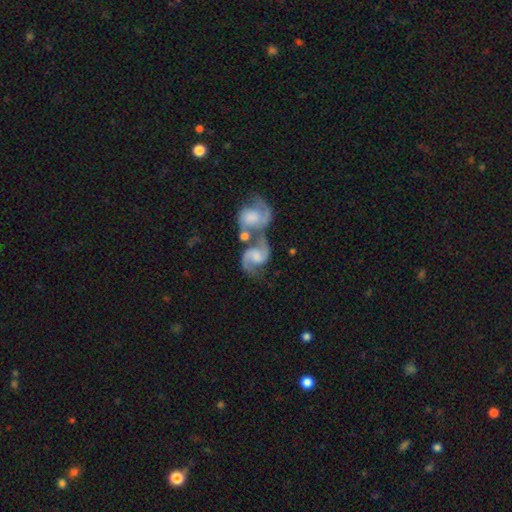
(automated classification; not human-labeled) This is clearly a featured or disk galaxy (84%). It is clearly not viewed edge-on (98%). Bar: possibly no (49%). Spiral arm pattern: clearly yes (96%). Spiral arm count: clearly 2 (91%). Spiral winding: possibly medium (48%). Central bulge: marginally moderate (34%). Merging: possibly merger (56%).